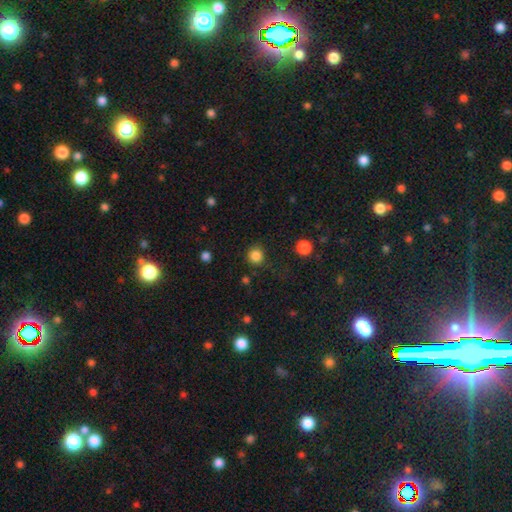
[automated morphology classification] Overall: smooth (84%). How rounded: round (93%). Merging: none (86%).